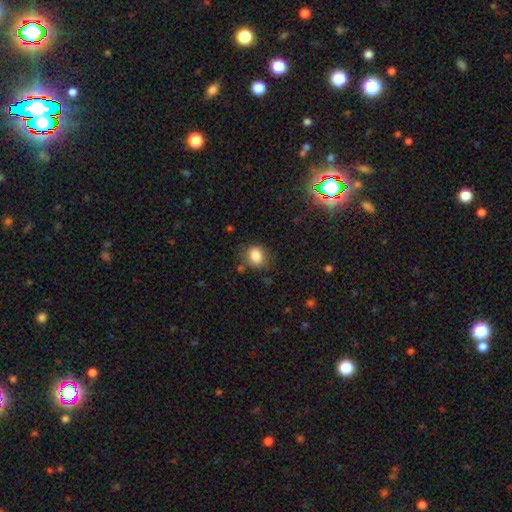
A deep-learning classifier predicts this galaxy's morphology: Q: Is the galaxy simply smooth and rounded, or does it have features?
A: smooth — 84%.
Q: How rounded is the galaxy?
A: round — 56%.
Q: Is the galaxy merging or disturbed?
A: none — 70%.